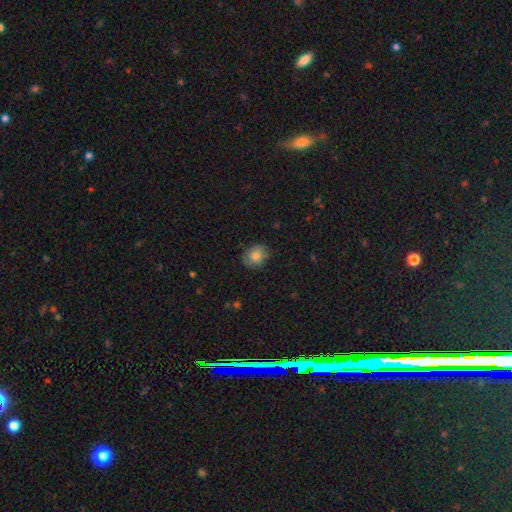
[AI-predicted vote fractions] The model was most divided on "how rounded": round: 59%, in between: 40%, cigar-shaped: 1%. More confident: smooth or featured — smooth (79%); merging — none (76%).